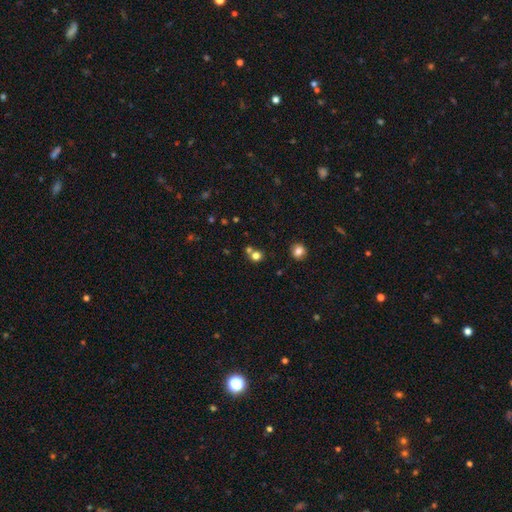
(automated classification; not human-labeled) A smooth galaxy with no disk features (75%) that is round (87%). Merging: none (61%).